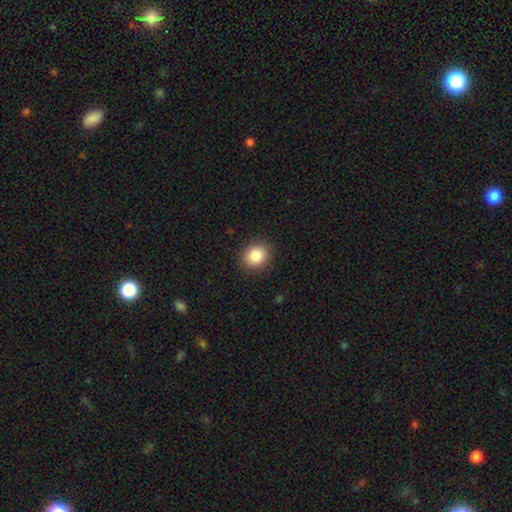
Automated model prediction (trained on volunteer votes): A smooth galaxy with no disk features (86%) that is round (74%).

Vote fractions:
- Smooth or featured? smooth: 86% / star or artifact: 9% / featured or disk: 5%
- How rounded? round: 74% / in between: 25% / cigar-shaped: 1%
- Merging? none: 90% / minor disturbance: 7% / major disturbance: 2% / merger: 1%